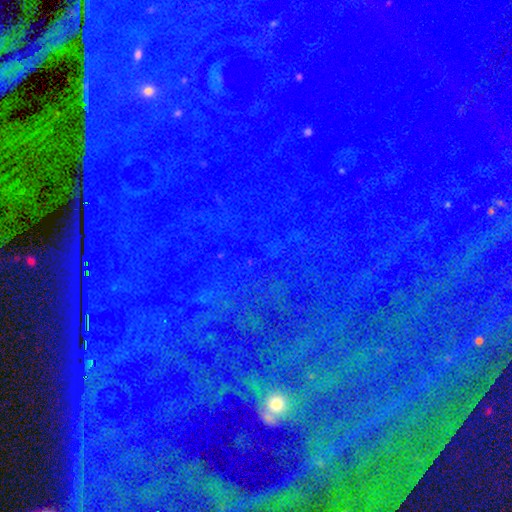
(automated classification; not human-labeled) Q: Smooth or featured?
A: star or artifact (83%); runner-up: smooth (10%)